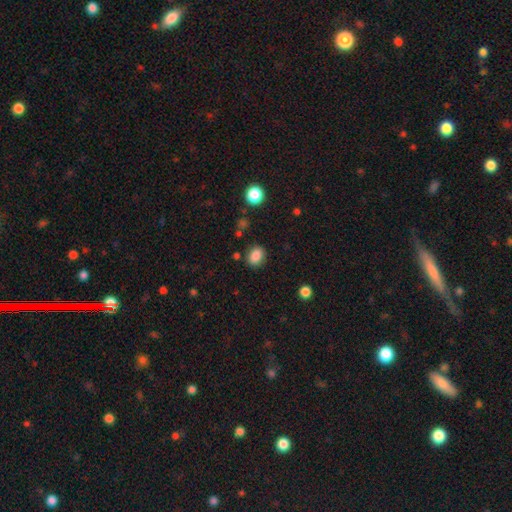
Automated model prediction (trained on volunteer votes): Smooth or featured? Predicted: smooth (p=0.86). How rounded? Predicted: in between (p=0.58). Merging? Predicted: none (p=0.83).